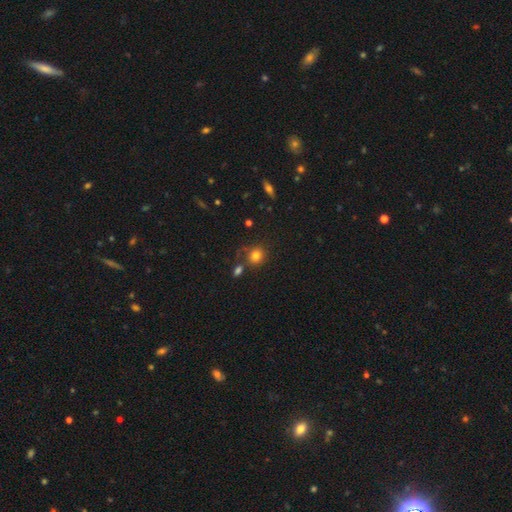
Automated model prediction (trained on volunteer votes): smooth_or_featured: smooth (p=0.79) [alt: star or artifact p=0.12]
how_rounded: round (p=0.80) [alt: in between p=0.19]
merging: none (p=0.65) [alt: minor disturbance p=0.14]